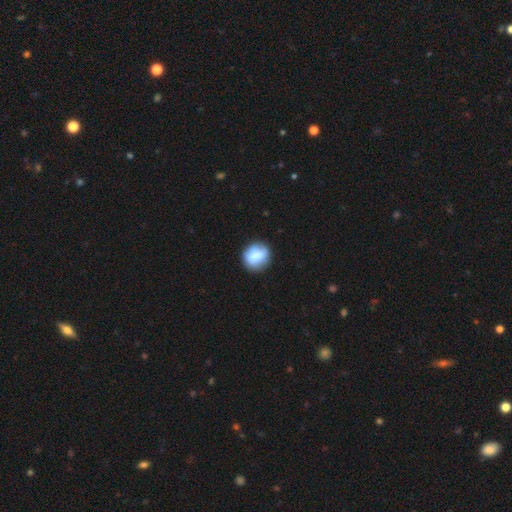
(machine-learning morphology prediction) Overall: smooth (79%). How rounded: round (80%). Merging: none (80%).